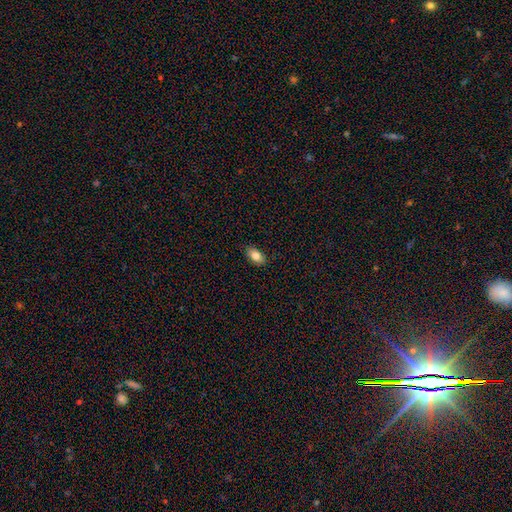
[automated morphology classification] smooth-or-featured: smooth: 81% | featured or disk: 11% | star or artifact: 8%
  how-rounded: in between: 91% | round: 5% | cigar-shaped: 4%
  merging: none: 88% | minor disturbance: 9% | major disturbance: 2% | merger: 1%